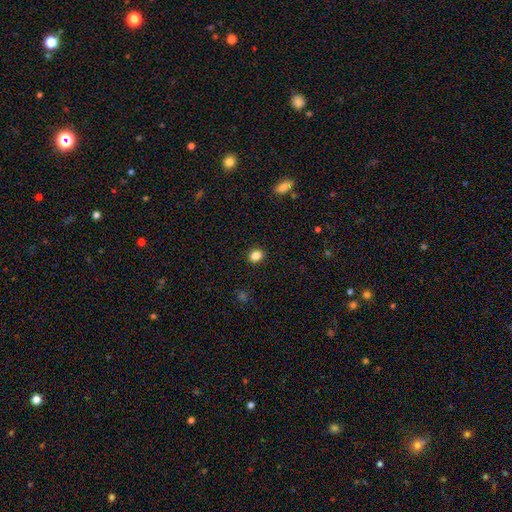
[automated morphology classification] Smooth or featured?
  - smooth: 85% *
  - star or artifact: 11%
  - featured or disk: 4%
How rounded?
  - round: 53% *
  - in between: 46%
  - cigar-shaped: 1%
Merging?
  - none: 90% *
  - minor disturbance: 7%
  - major disturbance: 2%
  - merger: 1%